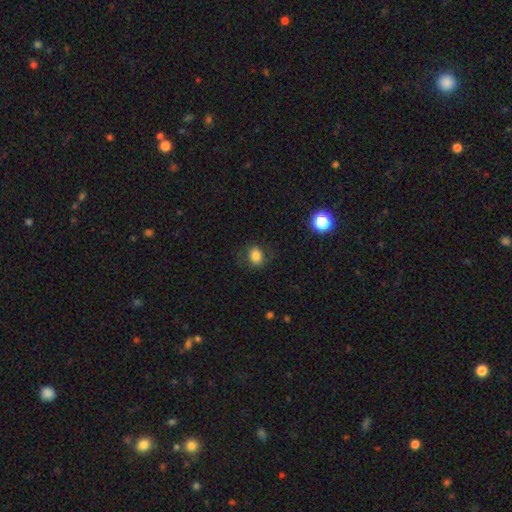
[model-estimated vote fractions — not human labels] Smooth or featured?
  - smooth: 78% *
  - star or artifact: 11%
  - featured or disk: 11%
How rounded?
  - in between: 54% *
  - round: 45%
  - cigar-shaped: 1%
Merging?
  - none: 78% *
  - minor disturbance: 14%
  - major disturbance: 7%
  - merger: 1%